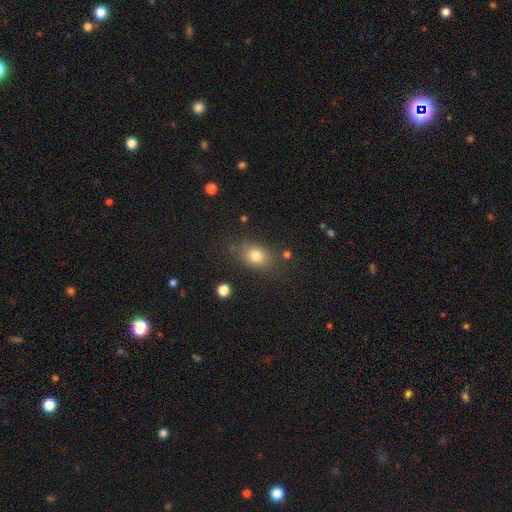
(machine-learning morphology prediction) smooth_or_featured: smooth (p=0.78) [alt: star or artifact p=0.11]
how_rounded: in between (p=0.66) [alt: round p=0.32]
merging: none (p=0.76) [alt: minor disturbance p=0.15]